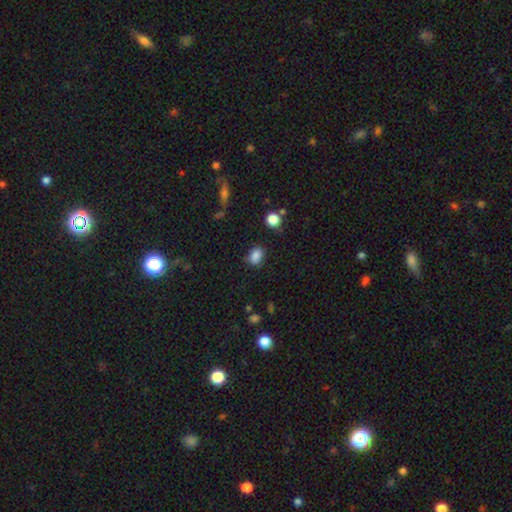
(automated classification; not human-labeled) A smooth galaxy with no disk features (84%) that is in between round and cigar-shaped (69%). Merging: none (75%).